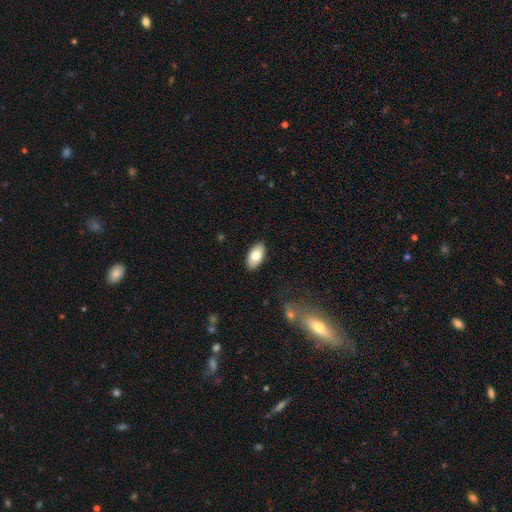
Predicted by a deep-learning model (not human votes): This appears to be a smooth galaxy with no disk features (79%) that is in between round and cigar-shaped (94%). Merging: none (89%).